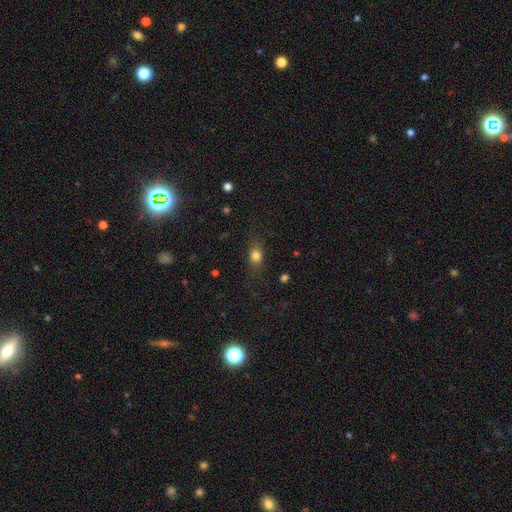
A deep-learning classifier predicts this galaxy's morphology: Smooth or featured?
  - smooth: 77% *
  - star or artifact: 12%
  - featured or disk: 11%
How rounded?
  - in between: 58% *
  - round: 35%
  - cigar-shaped: 7%
Merging?
  - none: 77% *
  - minor disturbance: 16%
  - major disturbance: 6%
  - merger: 1%